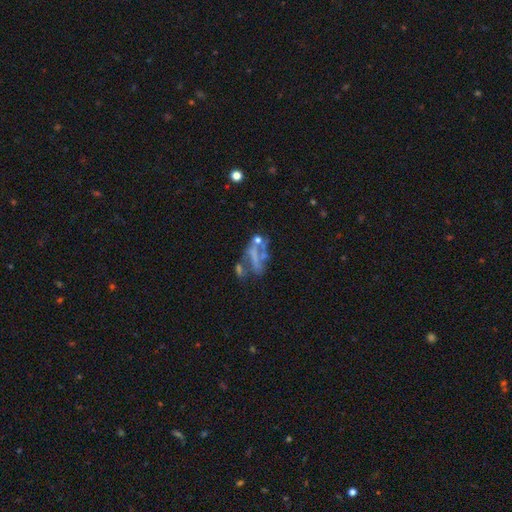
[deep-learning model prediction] smooth-or-featured: featured or disk: 52% | smooth: 28% | star or artifact: 19%
  disk-edge-on: no: 90% | yes: 10%
  merging: major disturbance: 30% | none: 29% | merger: 26% | minor disturbance: 15%